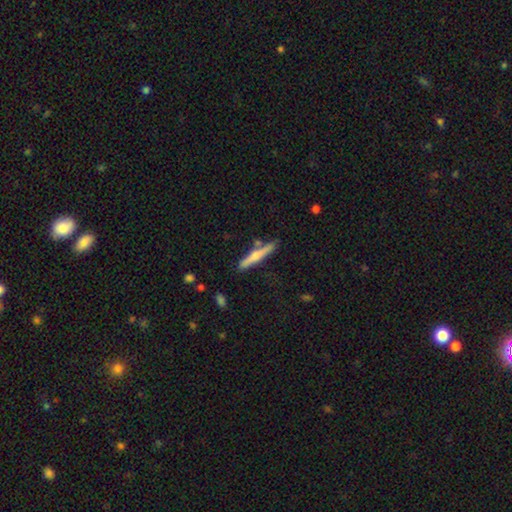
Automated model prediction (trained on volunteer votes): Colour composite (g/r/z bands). It shows a smooth galaxy with no disk features (50%). Merging: none (81%).